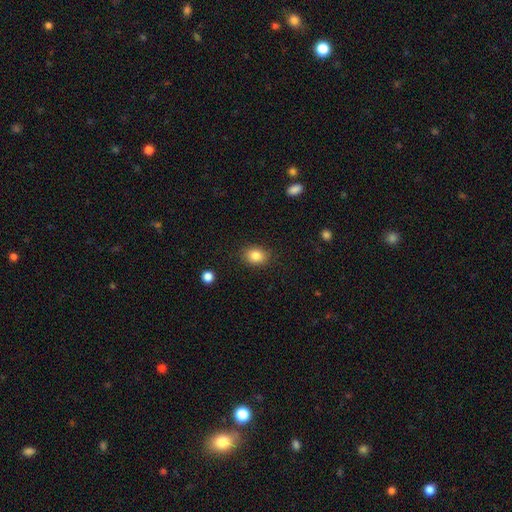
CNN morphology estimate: smooth_or_featured: smooth (p=0.85) [alt: star or artifact p=0.09]
how_rounded: in between (p=0.60) [alt: round p=0.39]
merging: none (p=0.86) [alt: minor disturbance p=0.10]